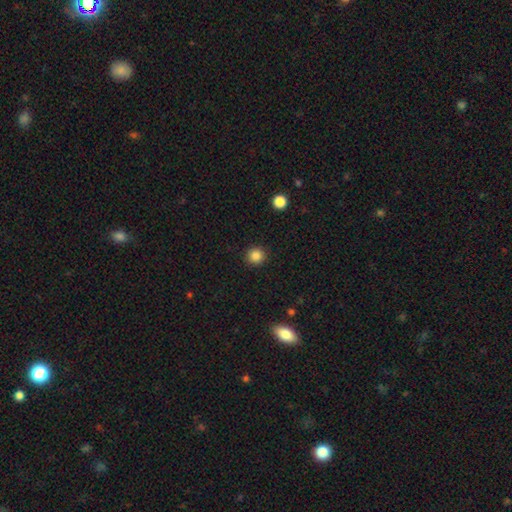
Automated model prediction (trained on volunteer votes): This is clearly a smooth galaxy (85%). How rounded: clearly round (95%). Merging: clearly none (92%).